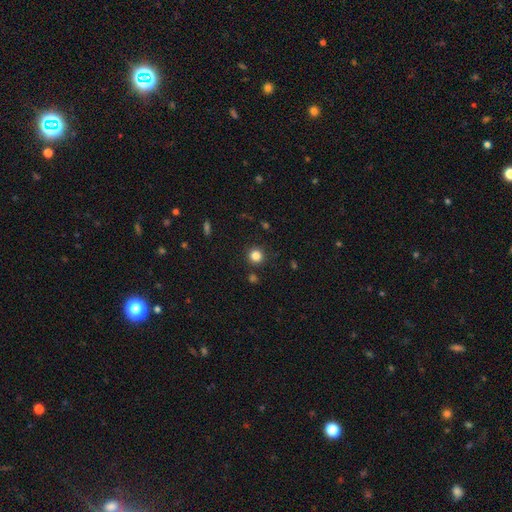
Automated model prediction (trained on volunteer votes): A smooth galaxy with no disk features (83%) that is round (94%).

Vote fractions:
- Smooth or featured? smooth: 83% / star or artifact: 13% / featured or disk: 5%
- How rounded? round: 94% / in between: 5% / cigar-shaped: 1%
- Merging? none: 89% / minor disturbance: 6% / merger: 3% / major disturbance: 2%